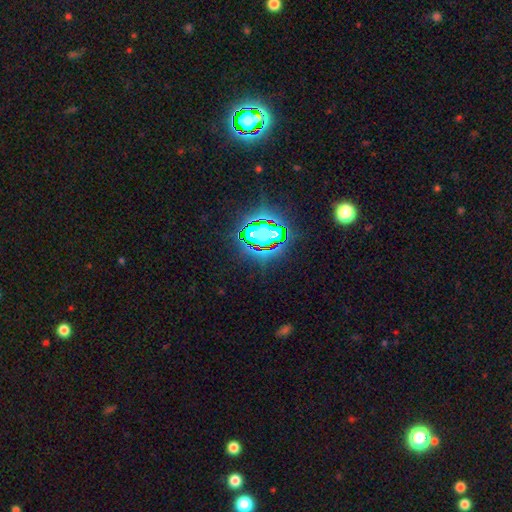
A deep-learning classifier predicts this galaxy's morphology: Smooth or featured? Predicted: star or artifact (p=0.82).